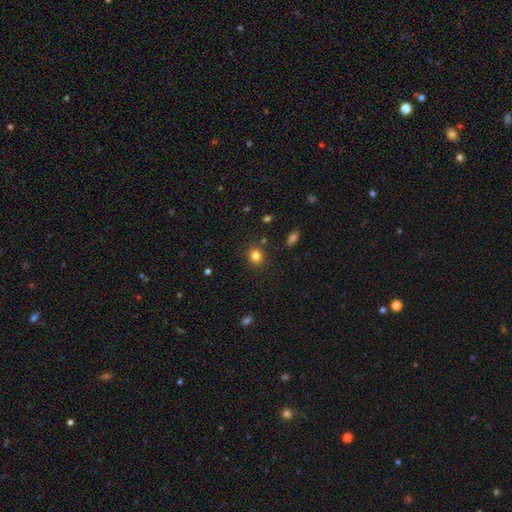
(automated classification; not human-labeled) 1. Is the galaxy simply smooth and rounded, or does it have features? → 82% smooth, 12% star or artifact, 6% featured or disk.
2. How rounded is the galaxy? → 79% round, 20% in between, 1% cigar-shaped.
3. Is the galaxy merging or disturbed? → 85% none, 9% minor disturbance, 3% merger, 3% major disturbance.